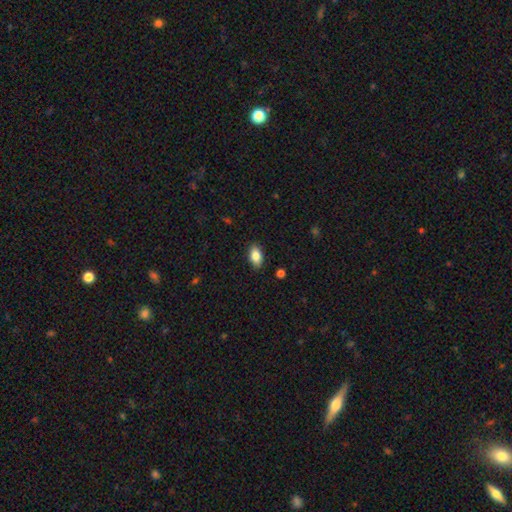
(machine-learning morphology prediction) Q: Smooth or featured?
A: smooth (85%); runner-up: featured or disk (8%)
Q: How rounded?
A: in between (91%); runner-up: round (6%)
Q: Merging?
A: none (88%); runner-up: minor disturbance (9%)